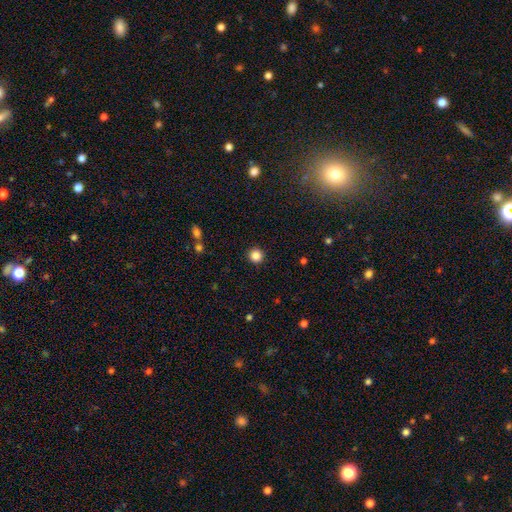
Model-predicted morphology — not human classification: Q: Smooth or featured?
A: smooth (85%); runner-up: star or artifact (11%)
Q: How rounded?
A: round (95%); runner-up: in between (4%)
Q: Merging?
A: none (93%); runner-up: minor disturbance (4%)